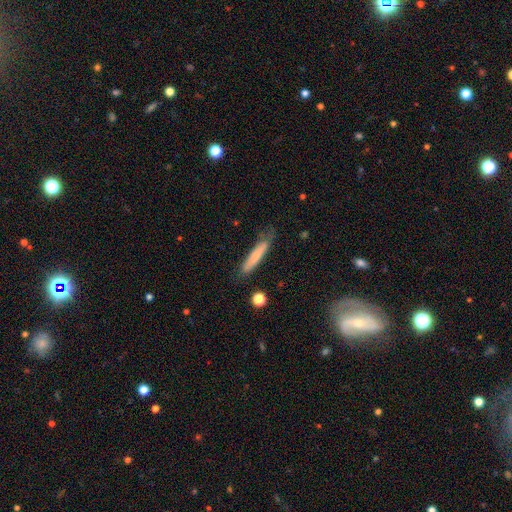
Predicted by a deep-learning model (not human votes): Smooth or featured? smooth (72%)
How rounded? cigar-shaped (90%)
Merging? none (74%)